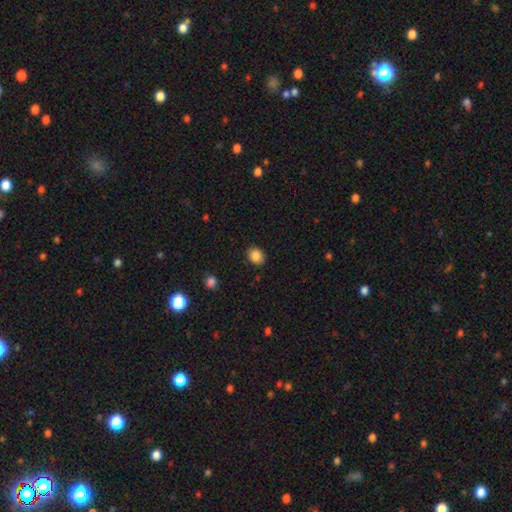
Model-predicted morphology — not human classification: This appears to be a smooth galaxy with no disk features (87%) that is round (57%). Merging: none (88%).